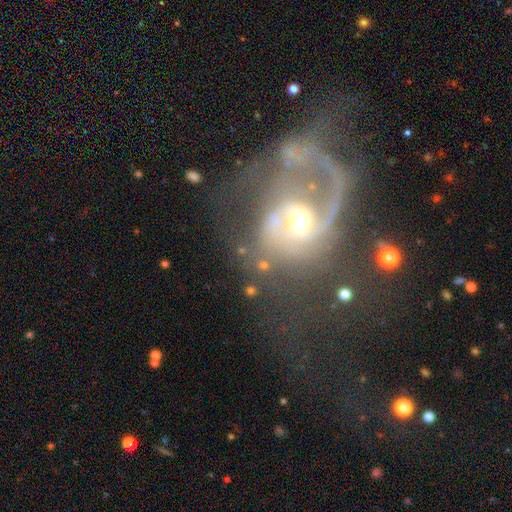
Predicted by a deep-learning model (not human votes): A featured or disk galaxy (81%) with no bar (55%), 1 (53%) loose (42%) spiral arms (85%) and a moderate central bulge (59%).

Vote fractions:
- Smooth or featured? featured or disk: 81% / smooth: 10% / star or artifact: 9%
- Edge-on disk? no: 98% / yes: 2%
- Bar? no: 55% / weak: 34% / strong: 11%
- Spiral arms? yes: 85% / no: 15%
- Spiral winding? loose: 42% / medium: 40% / tight: 18%
- Spiral arm count? 1: 53% / 2: 28% / can't tell: 10% / 3: 4% / 4: 2% / more than 4: 2%
- Bulge size? moderate: 59% / small: 31% / large: 6% / none: 2% / dominant: 2%
- Merging? major disturbance: 47% / none: 24% / merger: 17% / minor disturbance: 12%